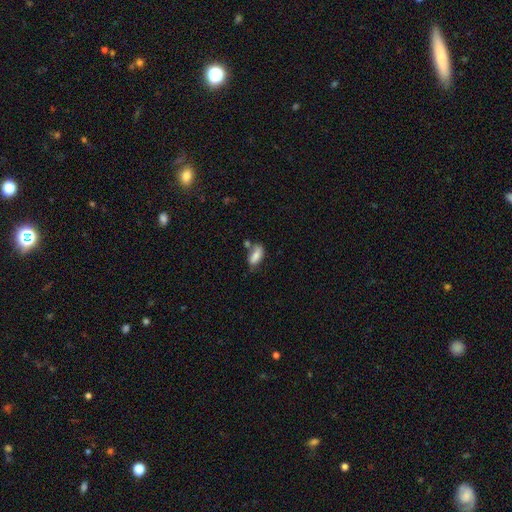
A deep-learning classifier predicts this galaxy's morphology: This is clearly a smooth galaxy (80%). How rounded: clearly in between (85%). Merging: possibly none (45%).